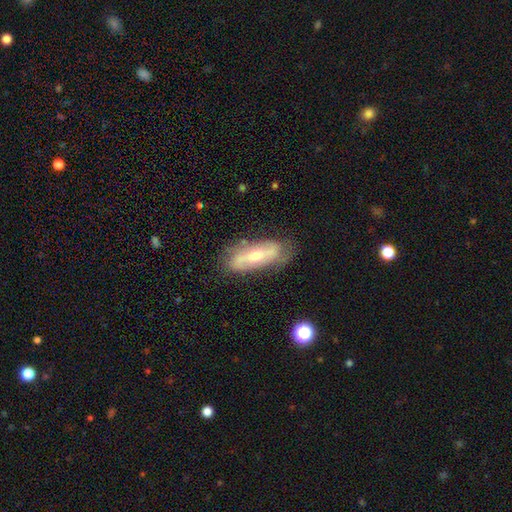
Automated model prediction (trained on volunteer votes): smooth-or-featured: featured or disk: 67% | smooth: 26% | star or artifact: 7%
  disk-edge-on: no: 80% | yes: 20%
    bar: no: 37% | weak: 32% | strong: 31%
    has-spiral-arms: yes: 73% | no: 27%
    bulge-size: moderate: 56% | small: 38% | large: 3% | none: 1% | dominant: 1%
  merging: none: 72% | minor disturbance: 20% | major disturbance: 7% | merger: 2%